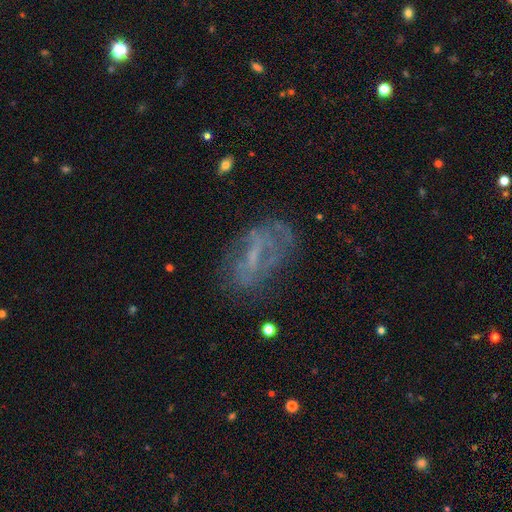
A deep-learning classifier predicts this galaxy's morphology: The model was most divided on "bulge size" (2-way tie): small: 41%, none: 41%, moderate: 15%, large: 2%, dominant: 1%. Remaining: edge-on disk — no (92%); smooth or featured — featured or disk (59%); merging — none (56%); spiral arms — yes (51%); bar — weak (40%).